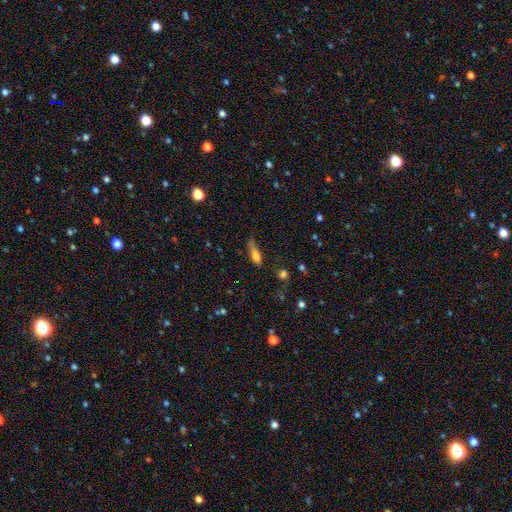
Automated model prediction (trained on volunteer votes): Smooth or featured?
  - smooth: 70% *
  - featured or disk: 19%
  - star or artifact: 11%
How rounded?
  - in between: 48% * (tied)
  - cigar-shaped: 48% * (tied)
  - round: 4%
Merging?
  - none: 40% *
  - minor disturbance: 35%
  - major disturbance: 20%
  - merger: 5%